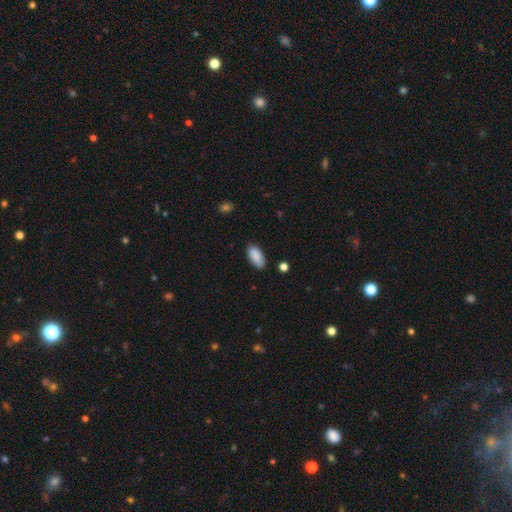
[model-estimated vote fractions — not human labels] Q: Smooth or featured?
A: smooth (88%); runner-up: star or artifact (7%)
Q: How rounded?
A: in between (92%); runner-up: cigar-shaped (6%)
Q: Merging?
A: none (78%); runner-up: minor disturbance (17%)